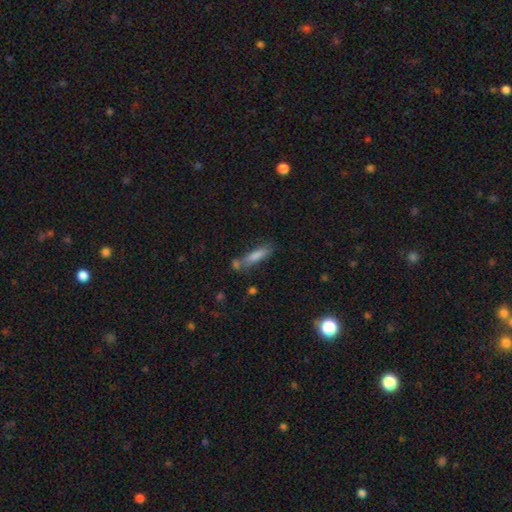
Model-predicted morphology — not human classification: A smooth galaxy with no disk features (71%) that is cigar-shaped (77%).

Vote fractions:
- Smooth or featured? smooth: 71% / featured or disk: 19% / star or artifact: 10%
- How rounded? cigar-shaped: 77% / in between: 21% / round: 2%
- Merging? none: 67% / minor disturbance: 16% / merger: 12% / major disturbance: 5%